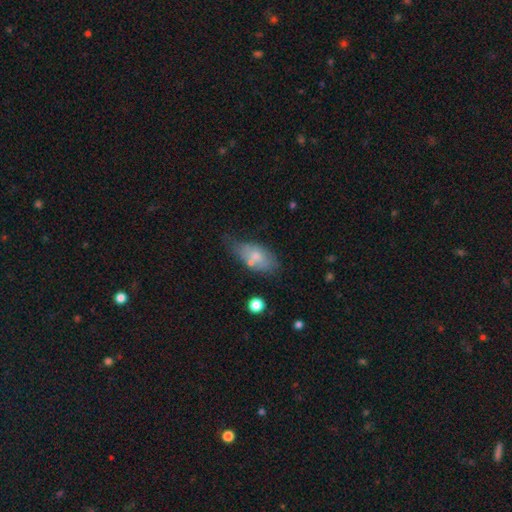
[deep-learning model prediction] Overall: smooth (60%; featured or disk 29%). How rounded: in between (84%). Merging: none (44%; minor disturbance 31%).